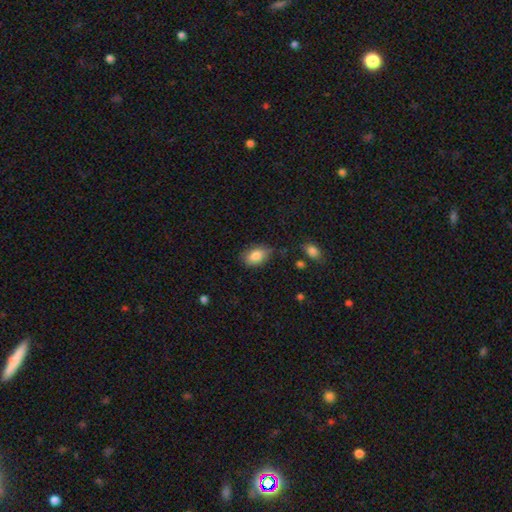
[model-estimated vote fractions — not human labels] smooth_or_featured: smooth (p=0.86) [alt: star or artifact p=0.07]
how_rounded: in between (p=0.89) [alt: round p=0.09]
merging: none (p=0.72) [alt: minor disturbance p=0.22]